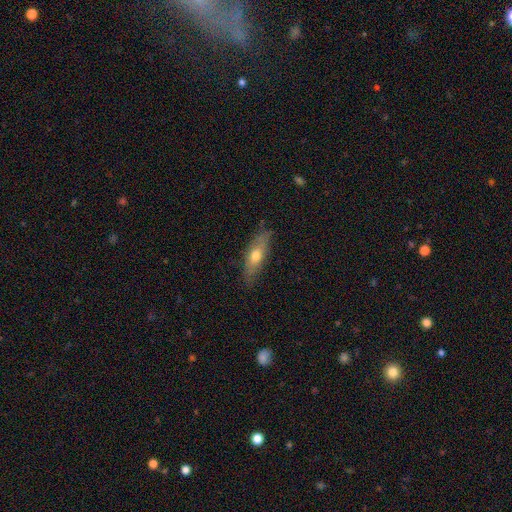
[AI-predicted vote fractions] Smooth or featured? smooth (59%)
How rounded? in between (49%)
Merging? none (77%)